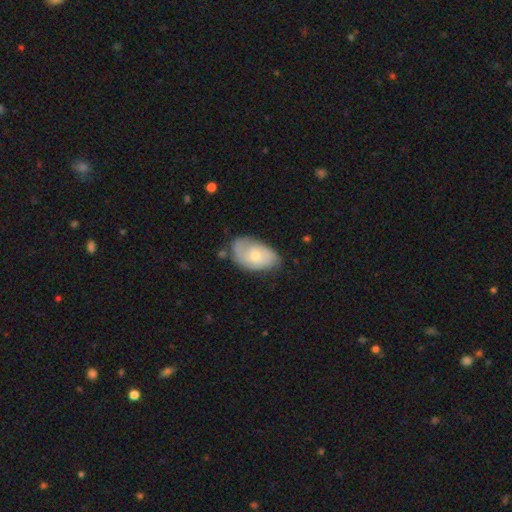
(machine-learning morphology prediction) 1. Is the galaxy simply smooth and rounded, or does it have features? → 51% featured or disk, 43% smooth, 6% star or artifact.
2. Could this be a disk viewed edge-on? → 95% no, 5% yes.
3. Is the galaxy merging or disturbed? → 61% none, 29% minor disturbance, 8% major disturbance, 3% merger.